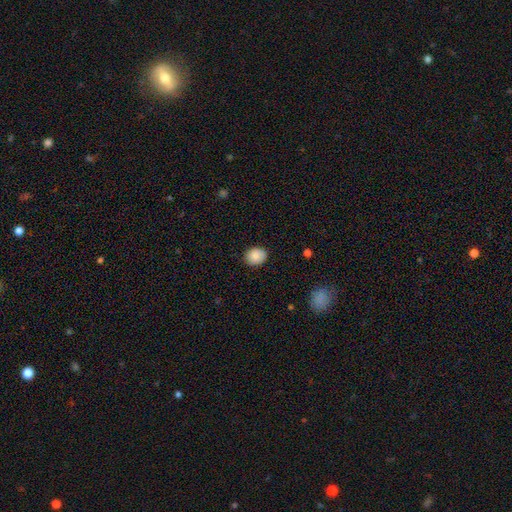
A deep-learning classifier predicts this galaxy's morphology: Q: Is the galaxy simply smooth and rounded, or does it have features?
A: smooth — 87%.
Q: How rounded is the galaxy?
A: round — 60%.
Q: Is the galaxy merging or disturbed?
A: none — 85%.